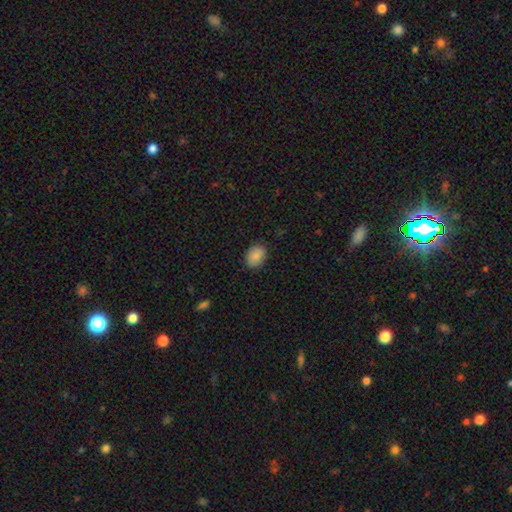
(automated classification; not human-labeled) A smooth galaxy with no disk features (88%) that is in between round and cigar-shaped (67%). Merging: none (85%).